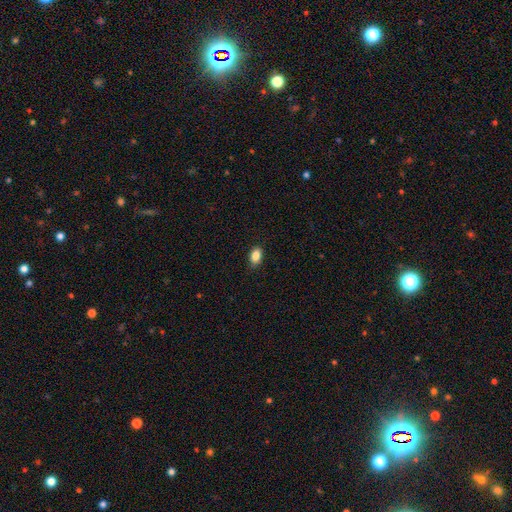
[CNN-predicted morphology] type=smooth (87%); roundness=in between (87%); merging=none (85%).